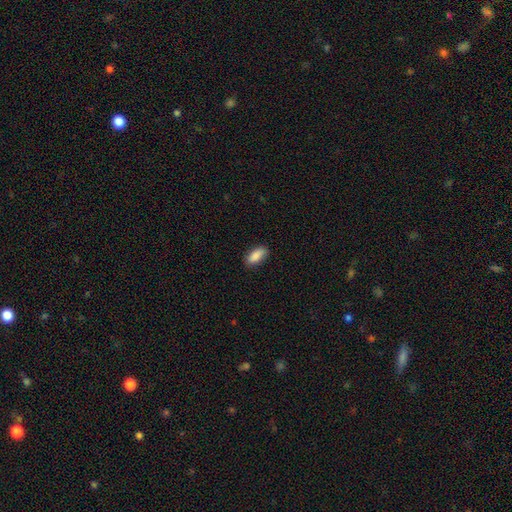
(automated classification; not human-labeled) smooth 88%, star or artifact 7%, featured or disk 5%. Down the decision tree: how rounded — in between (86%); merging — none (84%).